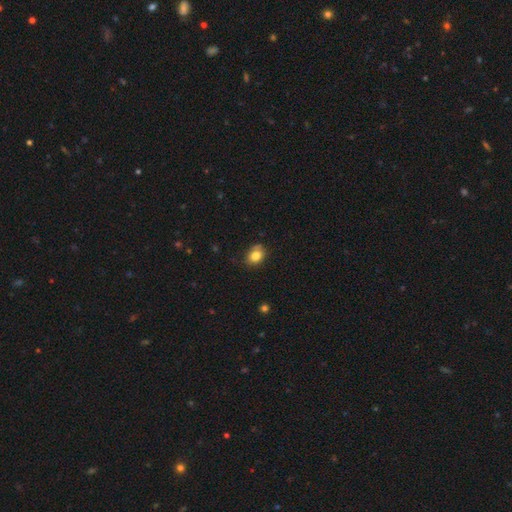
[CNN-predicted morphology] Smooth or featured? smooth (81%)
How rounded? in between (61%)
Merging? none (71%)